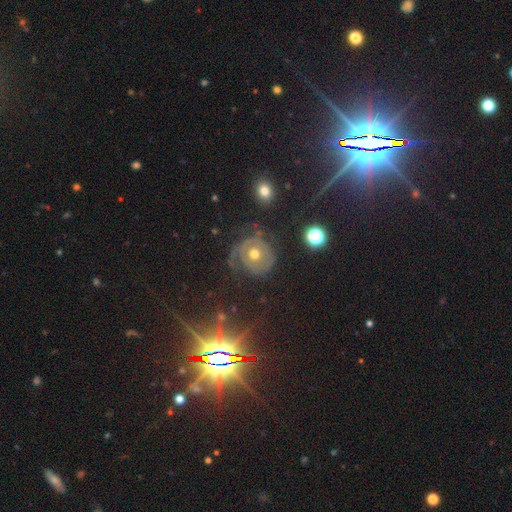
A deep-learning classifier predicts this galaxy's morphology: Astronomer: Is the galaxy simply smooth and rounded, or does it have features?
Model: featured or disk — 67%.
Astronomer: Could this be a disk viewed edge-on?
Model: no — 95%.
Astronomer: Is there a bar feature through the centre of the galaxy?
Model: no — 76%.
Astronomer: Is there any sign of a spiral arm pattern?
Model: yes — 84%.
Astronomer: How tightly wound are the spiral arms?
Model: tight — 65%.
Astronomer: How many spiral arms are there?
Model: can't tell — 35% (runner-up: 2, 27%).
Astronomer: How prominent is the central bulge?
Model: moderate — 72%.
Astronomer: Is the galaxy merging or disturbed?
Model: none — 66%.